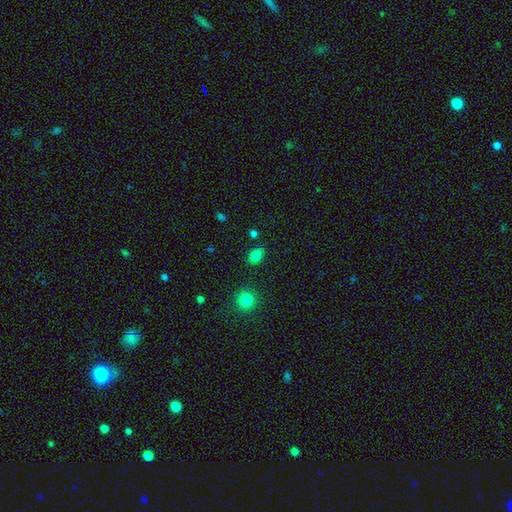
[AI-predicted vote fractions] Q: Smooth or featured?
A: smooth (83%); runner-up: star or artifact (11%)
Q: How rounded?
A: in between (80%); runner-up: round (18%)
Q: Merging?
A: none (84%); runner-up: minor disturbance (10%)